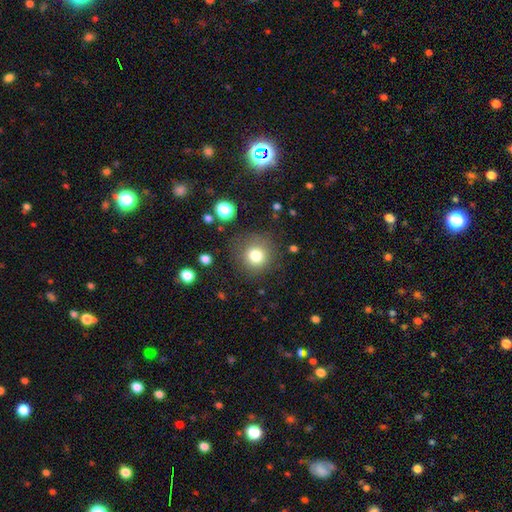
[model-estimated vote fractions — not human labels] A smooth galaxy with no disk features (78%) that is round (92%). Merging: none (81%).